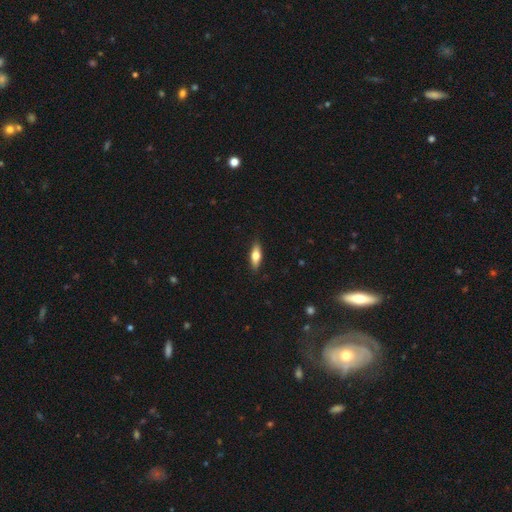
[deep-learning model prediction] Overall: smooth (68%). How rounded: in between (61%; cigar-shaped 37%). Merging: none (87%).